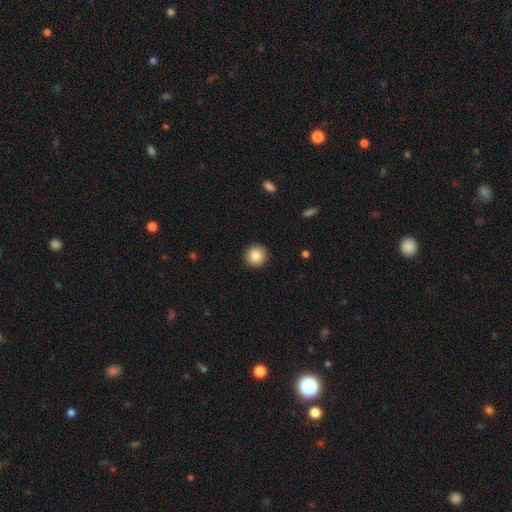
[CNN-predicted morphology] Smooth or featured: smooth — 87% (star or artifact — 9%)
How rounded: round — 95% (in between — 5%)
Merging: none — 92% (minor disturbance — 5%)